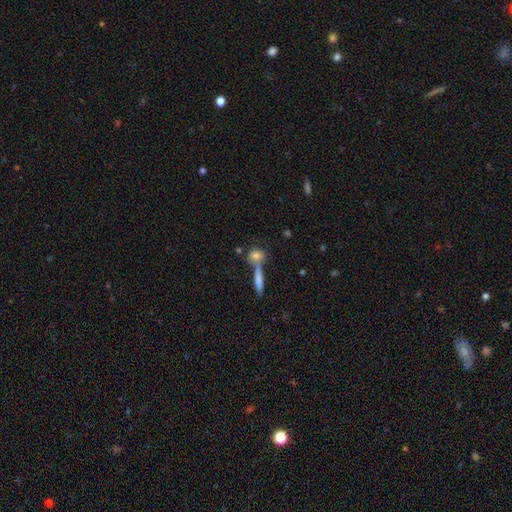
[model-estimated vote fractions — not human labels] Q: Smooth or featured?
A: smooth (70%); runner-up: featured or disk (20%)
Q: How rounded?
A: in between (45%); runner-up: cigar-shaped (32%)
Q: Merging?
A: none (47%); runner-up: merger (38%)